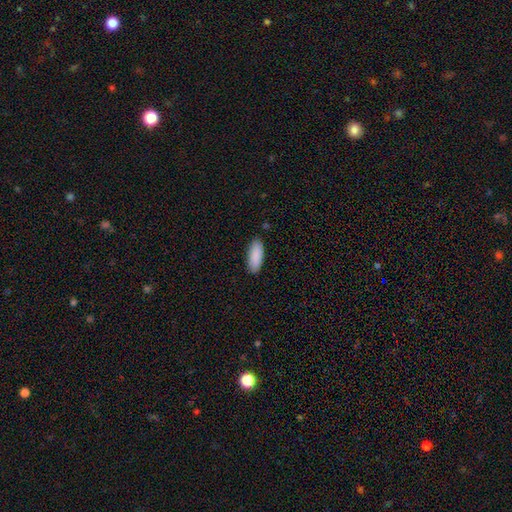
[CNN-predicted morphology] This is clearly a smooth galaxy (90%). How rounded: likely in between (75%). Merging: clearly none (88%).